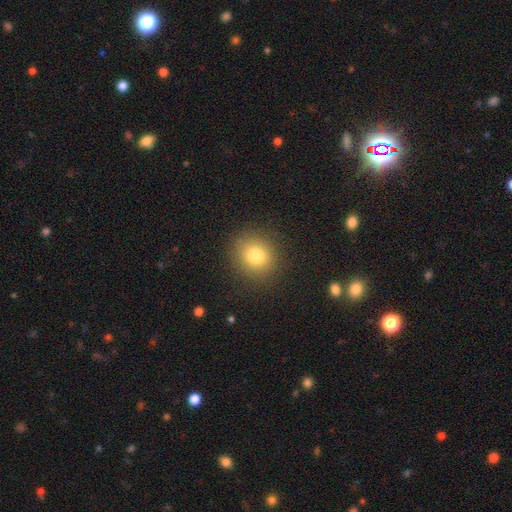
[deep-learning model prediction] Q: Smooth or featured?
A: smooth (79%); runner-up: star or artifact (12%)
Q: How rounded?
A: round (86%); runner-up: in between (13%)
Q: Merging?
A: none (88%); runner-up: minor disturbance (8%)